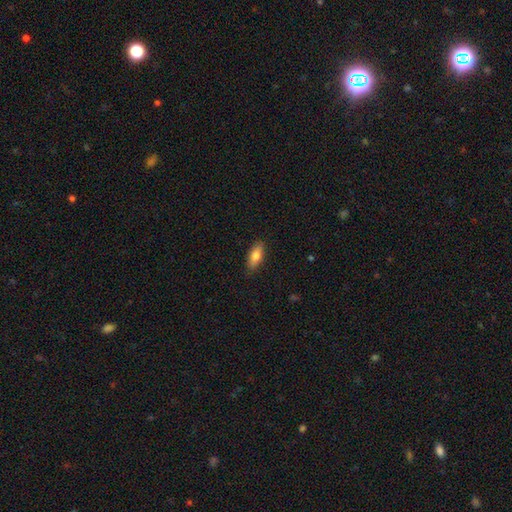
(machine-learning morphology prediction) type=smooth (79%); roundness=in between (77%); merging=none (87%).